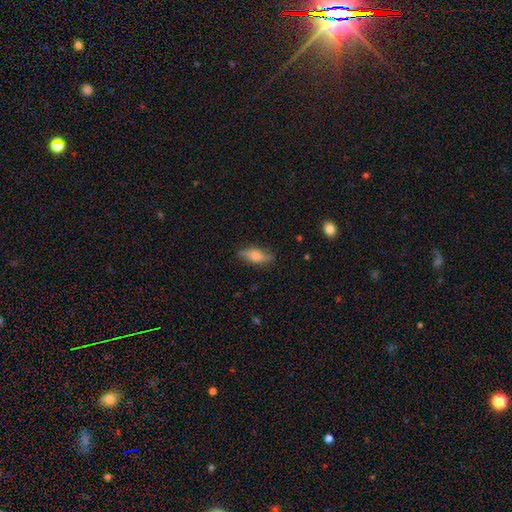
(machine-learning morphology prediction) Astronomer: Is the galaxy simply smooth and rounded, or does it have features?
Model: smooth — 65%.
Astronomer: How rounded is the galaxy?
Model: in between — 66%.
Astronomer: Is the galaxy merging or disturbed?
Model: none — 79%.